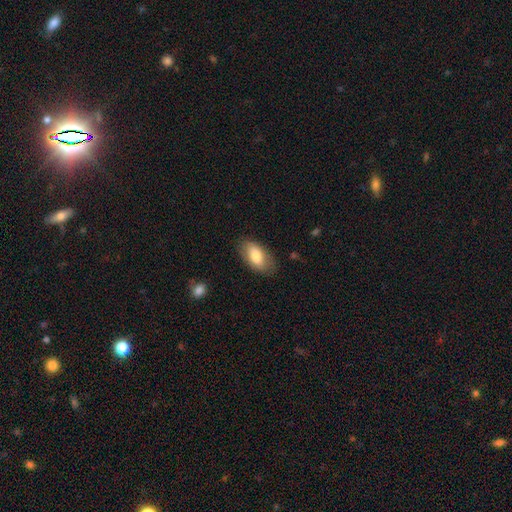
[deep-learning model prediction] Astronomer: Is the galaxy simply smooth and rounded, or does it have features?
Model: smooth — 81%.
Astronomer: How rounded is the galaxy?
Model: in between — 93%.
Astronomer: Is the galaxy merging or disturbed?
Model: none — 79%.